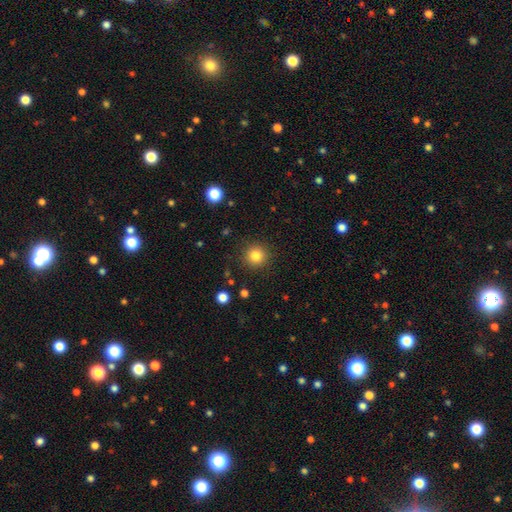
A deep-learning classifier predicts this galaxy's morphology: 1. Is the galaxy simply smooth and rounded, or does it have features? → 82% smooth, 12% star or artifact, 6% featured or disk.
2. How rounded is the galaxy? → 94% round, 5% in between, 1% cigar-shaped.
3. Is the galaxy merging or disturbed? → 90% none, 6% minor disturbance, 2% major disturbance, 1% merger.